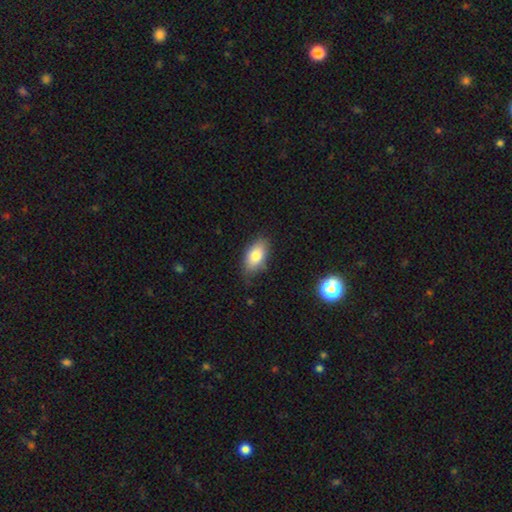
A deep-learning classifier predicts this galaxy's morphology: This appears to be a smooth galaxy with no disk features (80%) that is in between round and cigar-shaped (91%). Merging: none (73%).